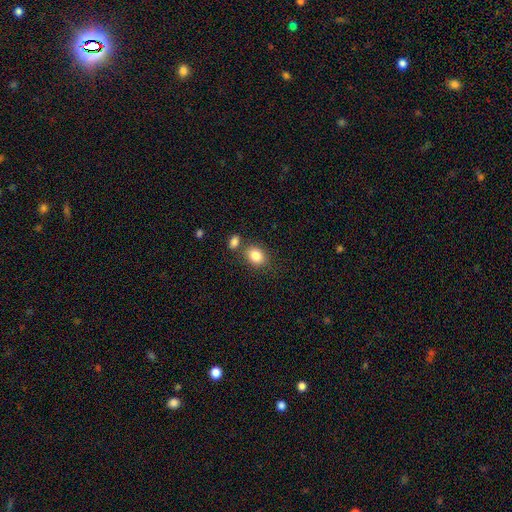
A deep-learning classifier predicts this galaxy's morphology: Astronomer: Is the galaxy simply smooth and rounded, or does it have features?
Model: smooth — 85%.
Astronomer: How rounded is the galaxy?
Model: in between — 61% (runner-up: round, 38%).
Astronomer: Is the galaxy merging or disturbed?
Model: none — 66%.